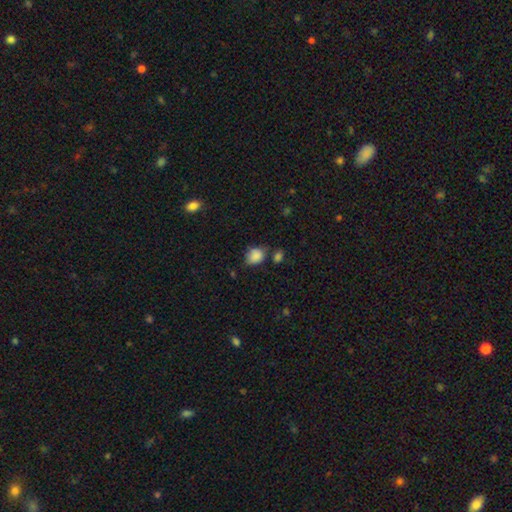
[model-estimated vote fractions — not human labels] smooth-or-featured: smooth: 85% | star or artifact: 10% | featured or disk: 5%
  how-rounded: in between: 53% | round: 46% | cigar-shaped: 1%
  merging: none: 57% | minor disturbance: 26% | merger: 10% | major disturbance: 7%